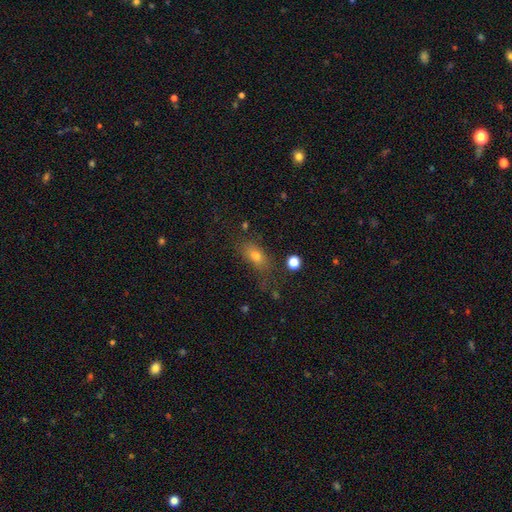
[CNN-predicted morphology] The model was most divided on "merging": none: 62%, minor disturbance: 21%, major disturbance: 12%, merger: 5%. More confident: how rounded — in between (75%); smooth or featured — smooth (70%).